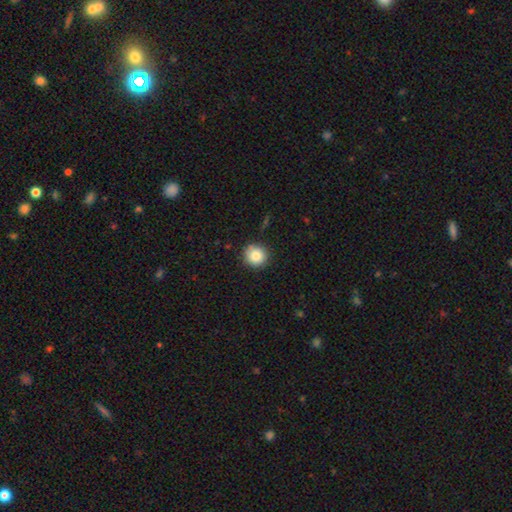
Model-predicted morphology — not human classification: smooth_or_featured: smooth (p=0.85) [alt: star or artifact p=0.09]
how_rounded: round (p=0.93) [alt: in between p=0.06]
merging: none (p=0.85) [alt: minor disturbance p=0.11]